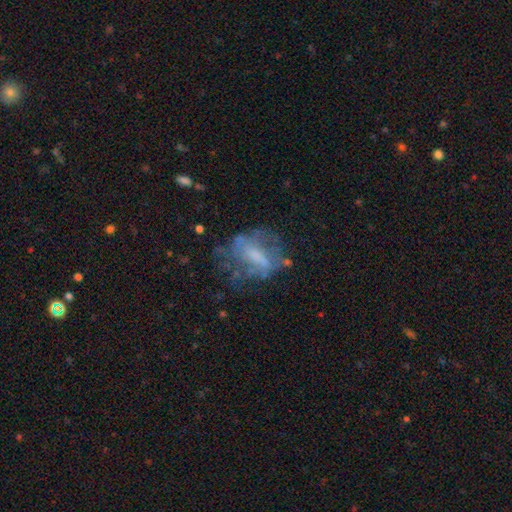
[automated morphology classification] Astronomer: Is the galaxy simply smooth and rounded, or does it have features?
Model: featured or disk — 57%.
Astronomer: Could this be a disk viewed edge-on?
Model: no — 95%.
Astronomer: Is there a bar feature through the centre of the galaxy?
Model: no — 40% (runner-up: weak, 39%).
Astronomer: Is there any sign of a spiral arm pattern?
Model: no — 65%.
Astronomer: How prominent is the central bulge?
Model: none — 35% (runner-up: moderate, 29%).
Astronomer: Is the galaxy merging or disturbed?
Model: none — 47% (runner-up: major disturbance, 27%).